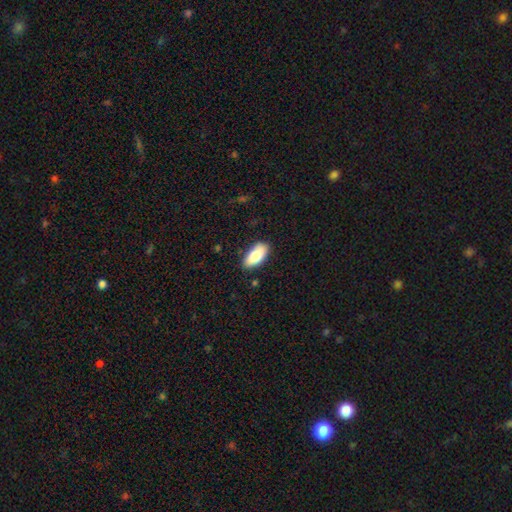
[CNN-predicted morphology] Overall: smooth (80%). How rounded: in between (90%). Merging: none (84%).